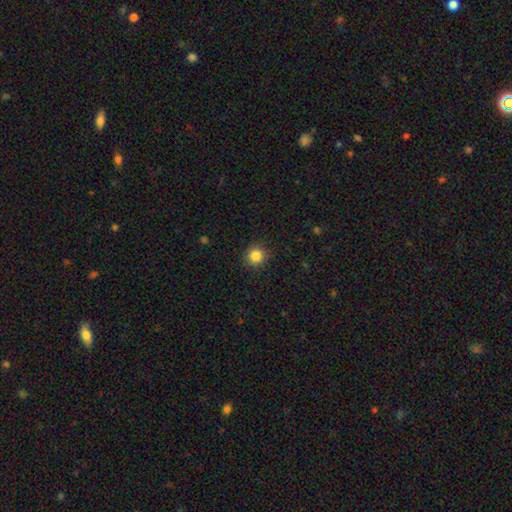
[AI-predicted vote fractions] Smooth or featured: smooth — 84% (star or artifact — 11%)
How rounded: round — 93% (in between — 6%)
Merging: none — 90% (minor disturbance — 7%)